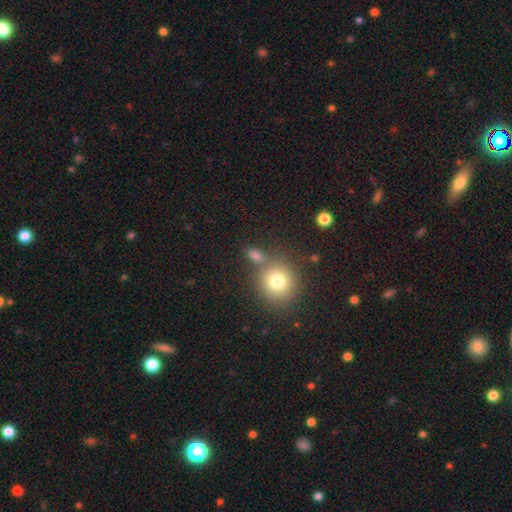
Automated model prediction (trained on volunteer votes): Smooth or featured: smooth — 75% (star or artifact — 16%)
How rounded: in between — 51% (round — 43%)
Merging: none — 65% (merger — 18%)